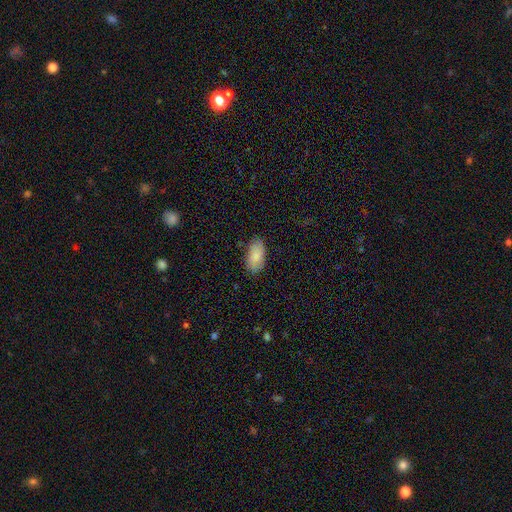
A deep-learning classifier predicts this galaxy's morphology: Smooth or featured: smooth — 86% (featured or disk — 8%)
How rounded: in between — 94% (cigar-shaped — 4%)
Merging: none — 81% (minor disturbance — 14%)